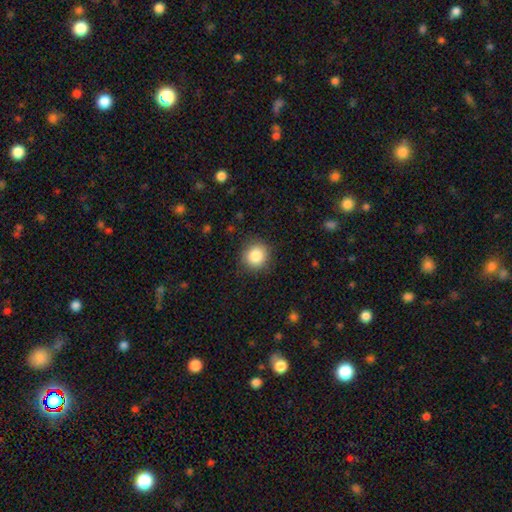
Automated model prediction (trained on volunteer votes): smooth-or-featured: smooth: 85% | star or artifact: 10% | featured or disk: 5%
  how-rounded: round: 90% | in between: 9% | cigar-shaped: 1%
  merging: none: 89% | minor disturbance: 8% | major disturbance: 2% | merger: 1%